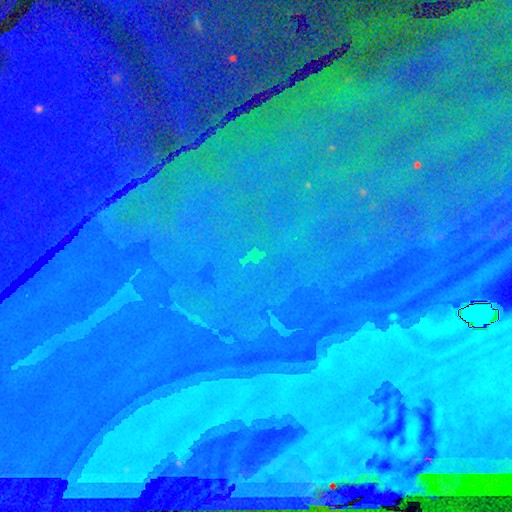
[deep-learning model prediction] This is clearly a star or artifact rather than a galaxy (86%).